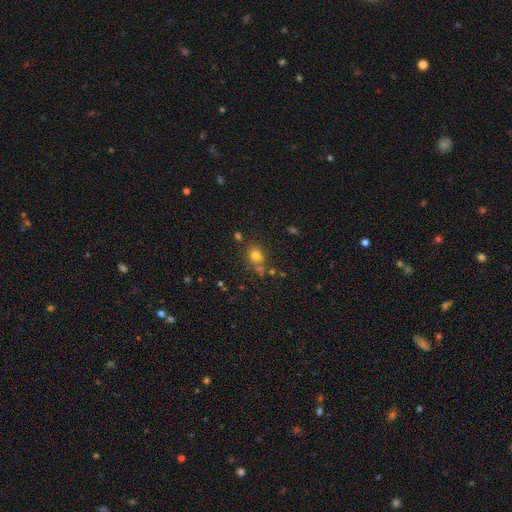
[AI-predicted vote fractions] Smooth or featured? smooth (75%)
How rounded? round (76%)
Merging? none (67%)